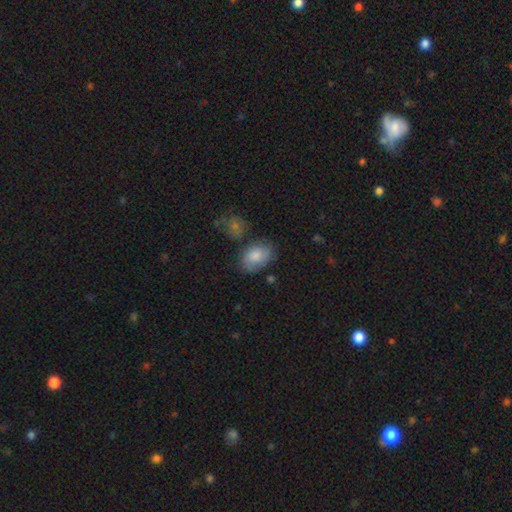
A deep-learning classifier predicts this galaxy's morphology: A smooth galaxy with no disk features (79%) that is in between round and cigar-shaped (82%).

Vote fractions:
- Smooth or featured? smooth: 79% / featured or disk: 15% / star or artifact: 7%
- How rounded? in between: 82% / round: 17% / cigar-shaped: 1%
- Merging? none: 67% / minor disturbance: 20% / merger: 8% / major disturbance: 6%